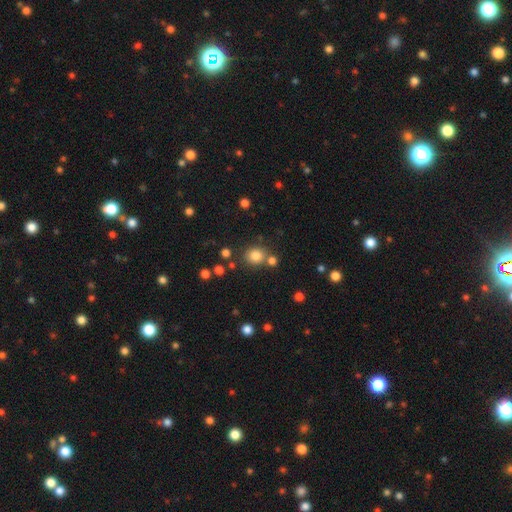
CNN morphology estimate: Overall: smooth (81%). How rounded: round (83%). Merging: none (74%).